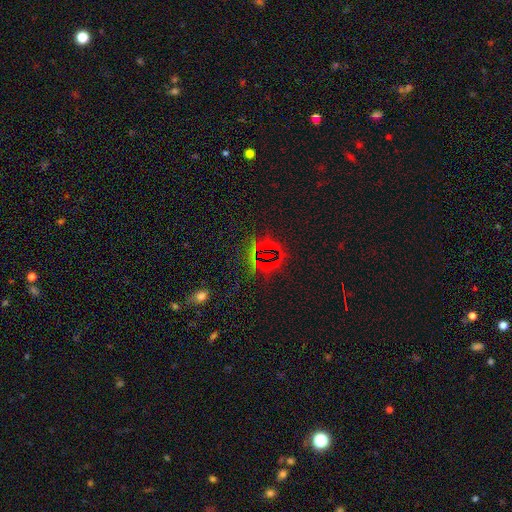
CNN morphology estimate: Smooth or featured?
  - star or artifact: 77% *
  - smooth: 13%
  - featured or disk: 9%